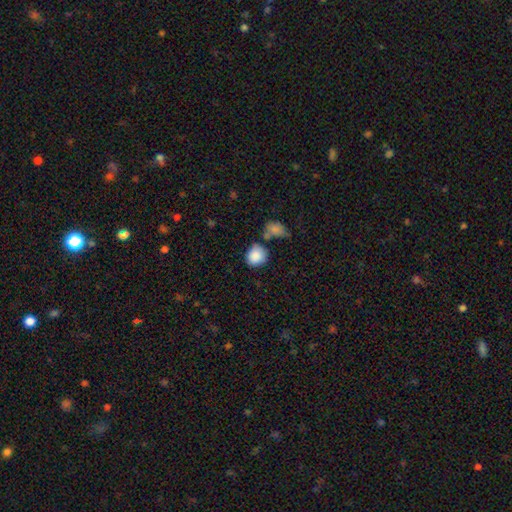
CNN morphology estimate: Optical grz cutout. It shows a smooth galaxy with no disk features (88%) that is round (80%). Merging: none (60%).